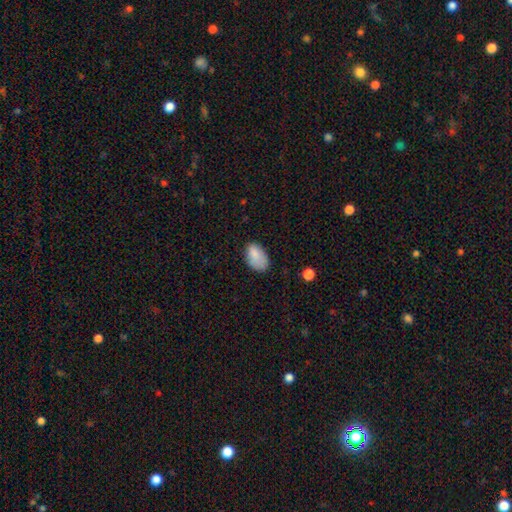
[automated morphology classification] type=smooth (84%); roundness=in between (90%); merging=none (64%).